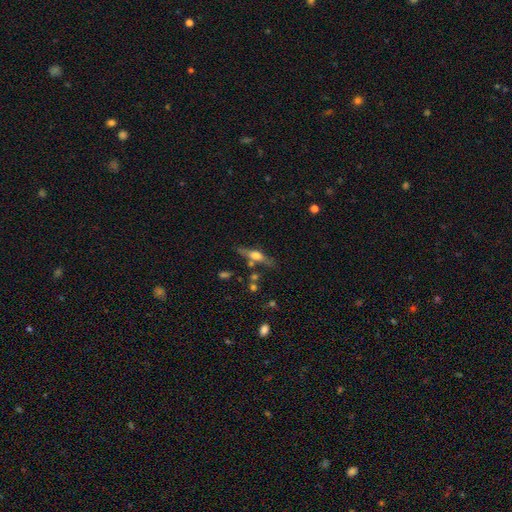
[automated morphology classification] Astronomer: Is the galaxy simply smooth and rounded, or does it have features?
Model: featured or disk — 58% (runner-up: smooth, 34%).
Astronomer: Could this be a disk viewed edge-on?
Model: yes — 90%.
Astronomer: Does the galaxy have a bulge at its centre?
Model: rounded — 85%.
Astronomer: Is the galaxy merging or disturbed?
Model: none — 69%.